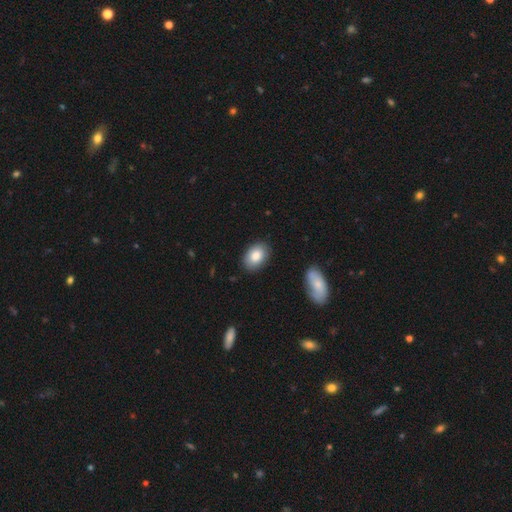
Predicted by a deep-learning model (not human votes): Morphology: type=smooth (84%); roundness=in between (84%); merging=none (86%).